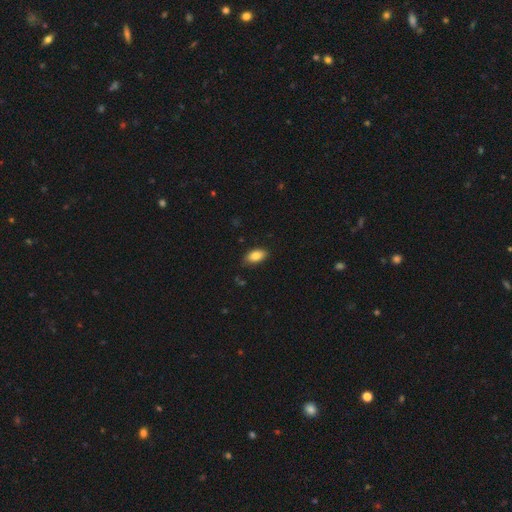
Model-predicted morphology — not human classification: The model was most divided on "merging": none: 81%, minor disturbance: 15%, major disturbance: 3%, merger: 1%. More confident: how rounded — in between (92%); smooth or featured — smooth (85%).